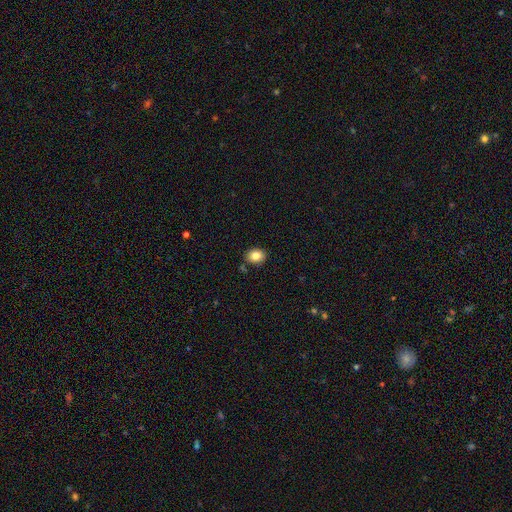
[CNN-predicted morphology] smooth-or-featured: smooth: 83% | star or artifact: 10% | featured or disk: 7%
  how-rounded: round: 51% | in between: 48% | cigar-shaped: 1%
  merging: none: 84% | minor disturbance: 10% | merger: 4% | major disturbance: 2%